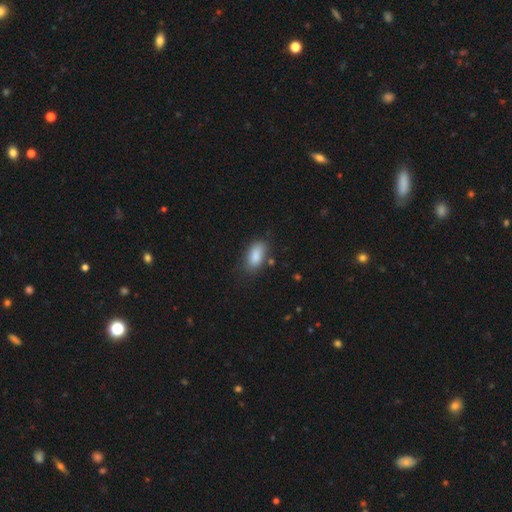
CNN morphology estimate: This appears to be a smooth galaxy with no disk features (86%) that is in between round and cigar-shaped (91%). Merging: none (72%).